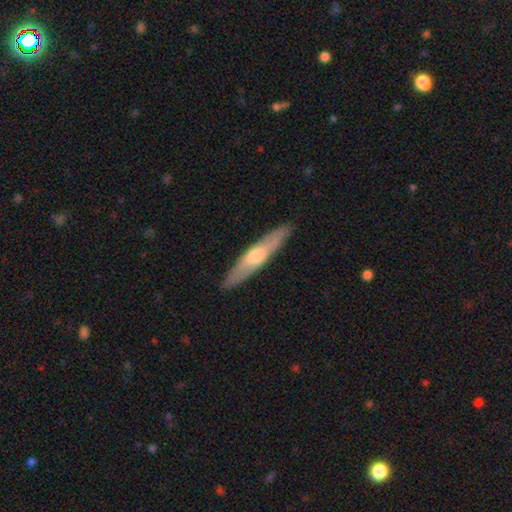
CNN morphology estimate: smooth-or-featured: featured or disk: 54% | smooth: 41% | star or artifact: 5%
  disk-edge-on: yes: 86% | no: 14%
  merging: none: 89% | minor disturbance: 8% | major disturbance: 2% | merger: 1%